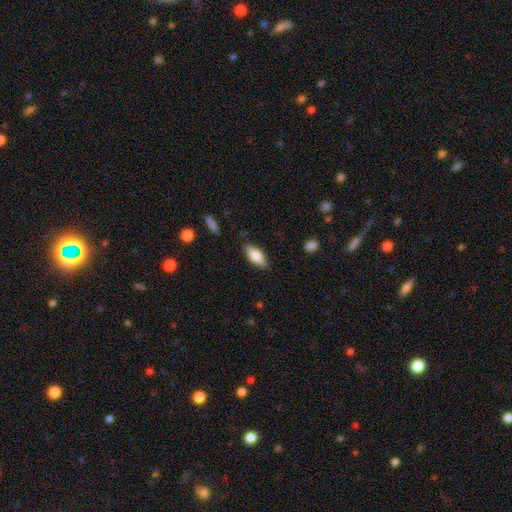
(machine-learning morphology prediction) The model was most divided on "smooth or featured": smooth: 72%, featured or disk: 21%, star or artifact: 7%. More confident: merging — none (84%); how rounded — in between (78%).